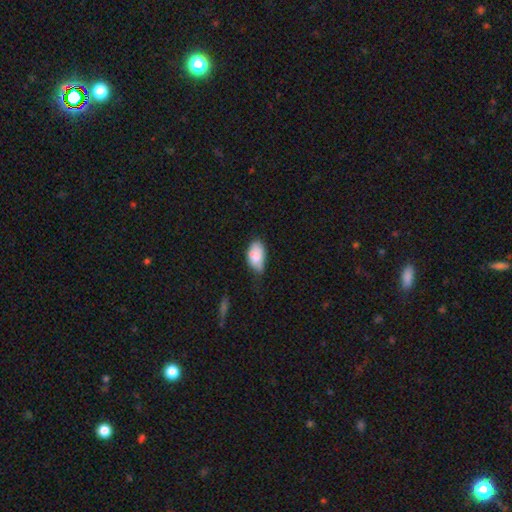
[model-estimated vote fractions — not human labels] Morphology: type=smooth (77%); roundness=in between (93%); merging=minor disturbance (43%).